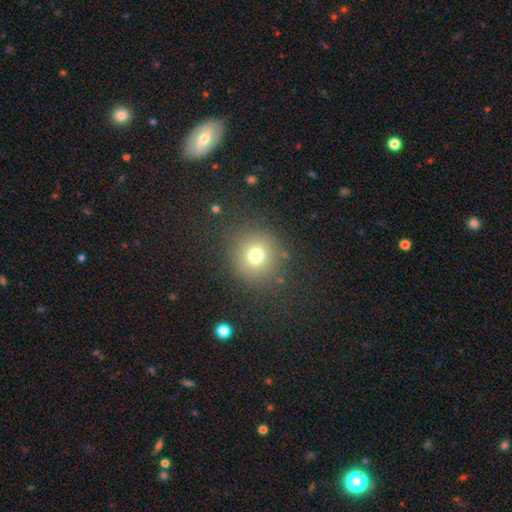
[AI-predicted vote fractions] Smooth or featured?
  - smooth: 74% *
  - star or artifact: 17%
  - featured or disk: 9%
How rounded?
  - round: 91% *
  - in between: 8%
  - cigar-shaped: 1%
Merging?
  - none: 85% *
  - minor disturbance: 8%
  - major disturbance: 5%
  - merger: 2%